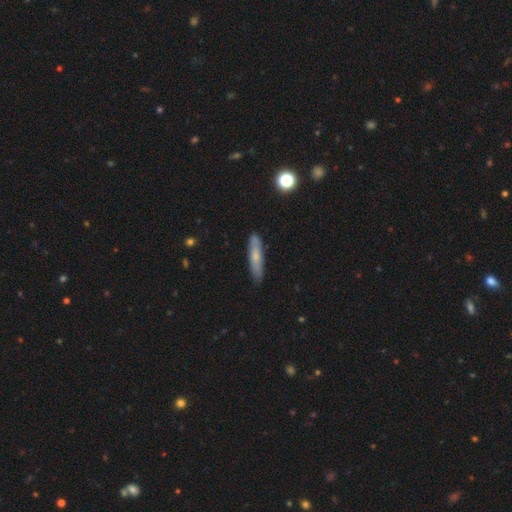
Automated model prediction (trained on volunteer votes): A smooth galaxy with no disk features (60%) that is cigar-shaped (82%). Merging: none (84%).